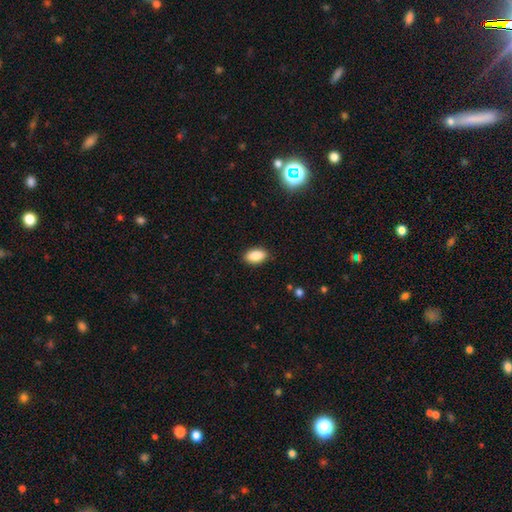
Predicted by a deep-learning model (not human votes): Smooth or featured: smooth — 88% (star or artifact — 7%)
How rounded: in between — 92% (round — 5%)
Merging: none — 88% (minor disturbance — 9%)